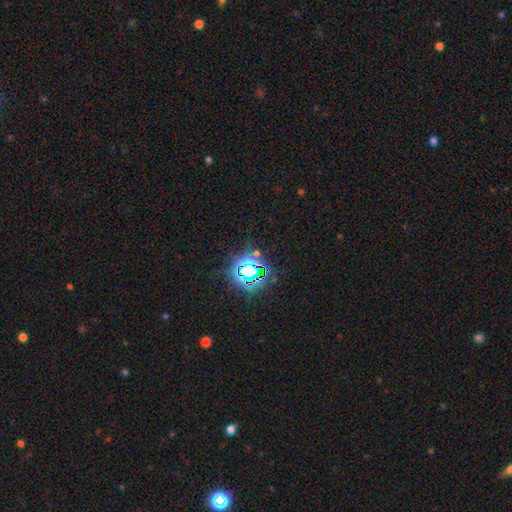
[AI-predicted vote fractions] smooth-or-featured: star or artifact: 80% | smooth: 12% | featured or disk: 8%